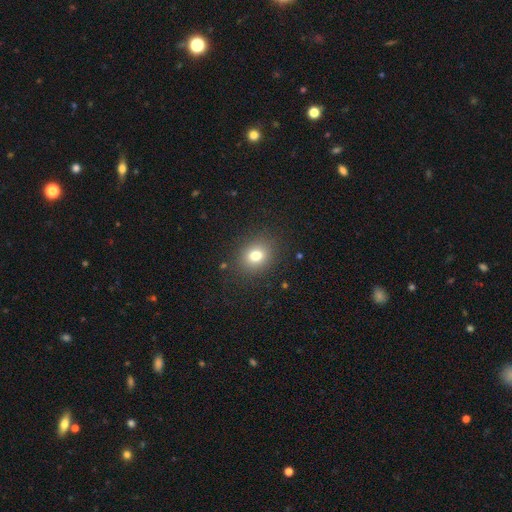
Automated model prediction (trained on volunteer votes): Smooth or featured: smooth — 78% (star or artifact — 13%)
How rounded: round — 60% (in between — 39%)
Merging: none — 87% (minor disturbance — 9%)